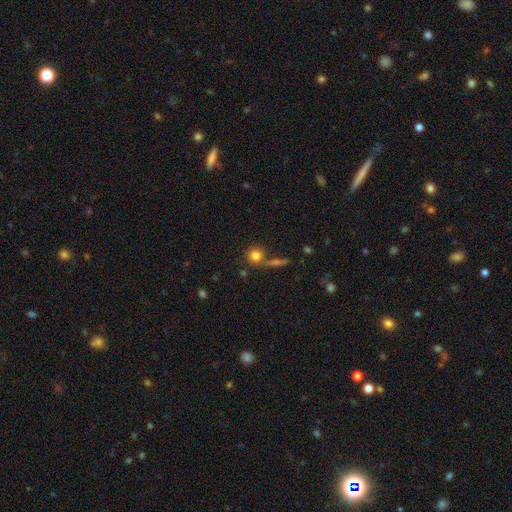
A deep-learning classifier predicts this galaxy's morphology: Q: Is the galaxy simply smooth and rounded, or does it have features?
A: smooth — 80%.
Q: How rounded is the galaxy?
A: round — 88%.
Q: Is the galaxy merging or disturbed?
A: none — 66%.